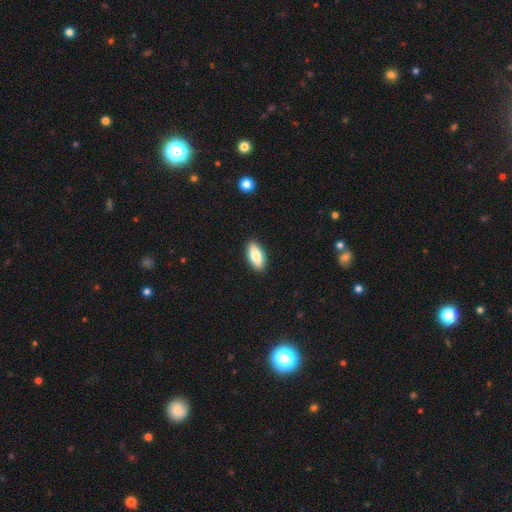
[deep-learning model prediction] Overall: smooth (82%). How rounded: in between (86%). Merging: none (90%).